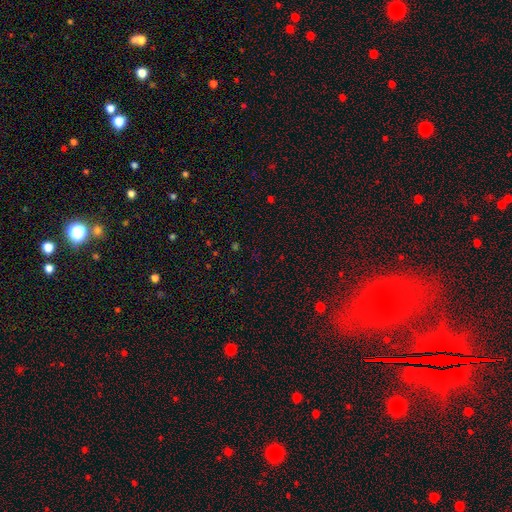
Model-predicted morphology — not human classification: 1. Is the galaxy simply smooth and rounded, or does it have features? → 64% star or artifact, 30% smooth, 7% featured or disk.